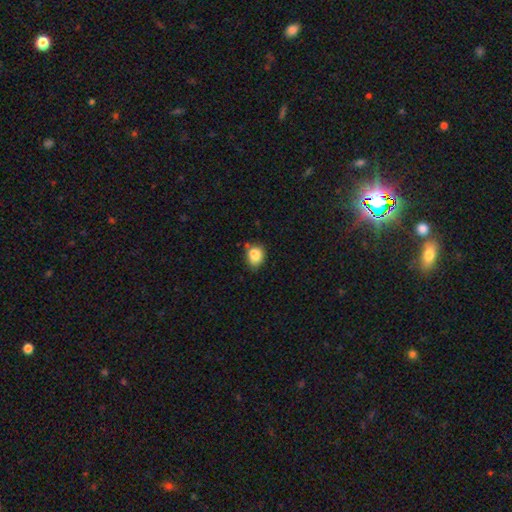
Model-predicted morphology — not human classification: Overall: smooth (84%). How rounded: in between (50%; round 49%). Merging: none (64%; minor disturbance 24%).